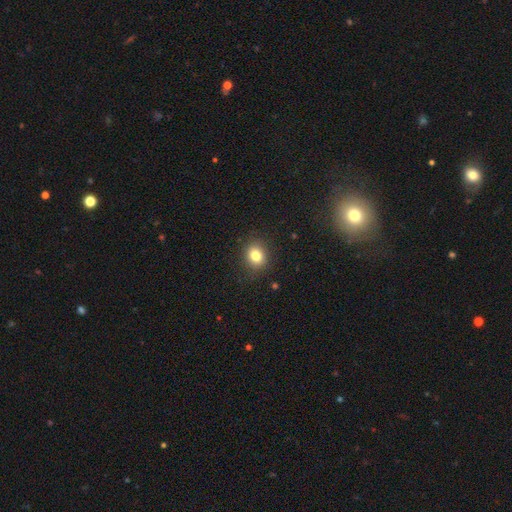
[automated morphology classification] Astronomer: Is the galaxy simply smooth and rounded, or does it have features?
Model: smooth — 81%.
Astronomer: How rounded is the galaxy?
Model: round — 68%.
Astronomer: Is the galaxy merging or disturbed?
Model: none — 88%.